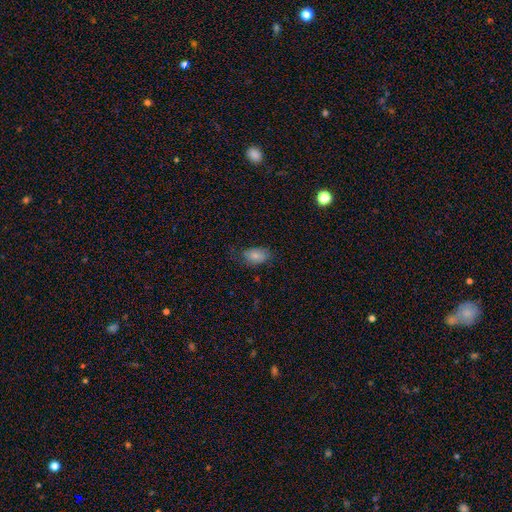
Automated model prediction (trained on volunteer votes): A smooth galaxy with no disk features (78%) that is in between round and cigar-shaped (89%). Merging: none (58%).